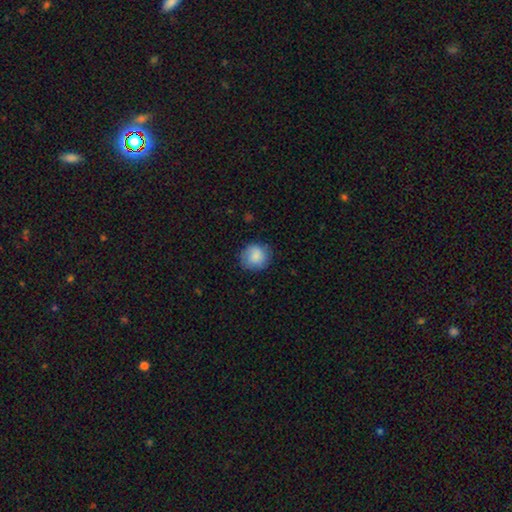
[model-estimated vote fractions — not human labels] Smooth or featured: smooth — 85% (featured or disk — 8%)
How rounded: round — 87% (in between — 12%)
Merging: none — 80% (minor disturbance — 15%)